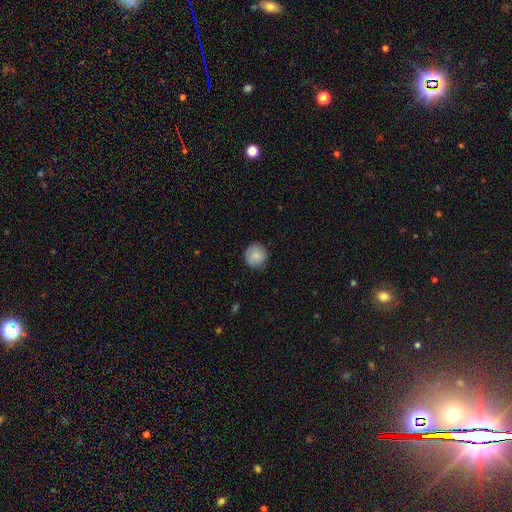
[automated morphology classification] smooth-or-featured: smooth: 84% | featured or disk: 8% | star or artifact: 8%
  how-rounded: round: 93% | in between: 6% | cigar-shaped: 1%
  merging: none: 85% | minor disturbance: 12% | major disturbance: 2% | merger: 1%